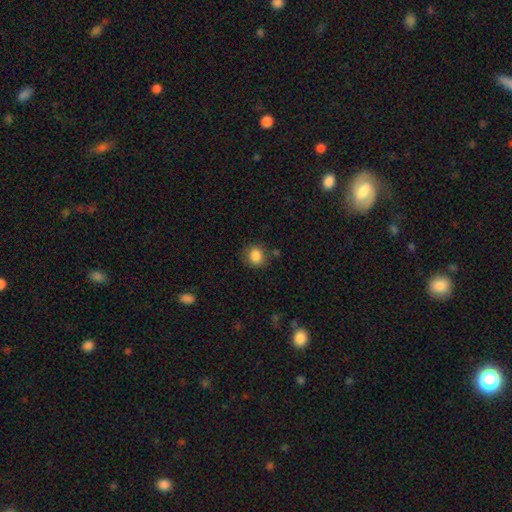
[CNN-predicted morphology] The model was most divided on "how rounded": round: 72%, in between: 27%, cigar-shaped: 1%. More confident: smooth or featured — smooth (85%); merging — none (78%).